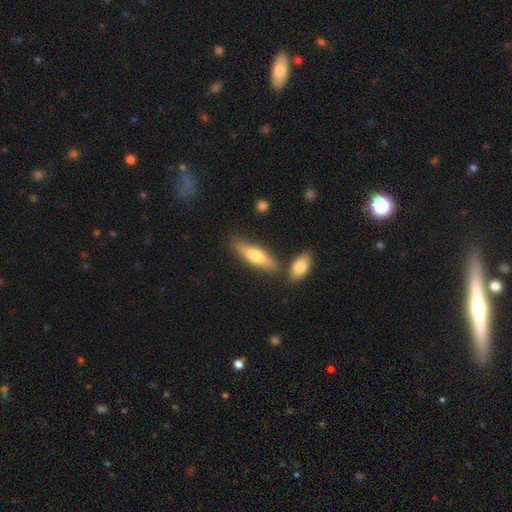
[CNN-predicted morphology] Smooth or featured? smooth (64%)
How rounded? cigar-shaped (55%)
Merging? none (74%)